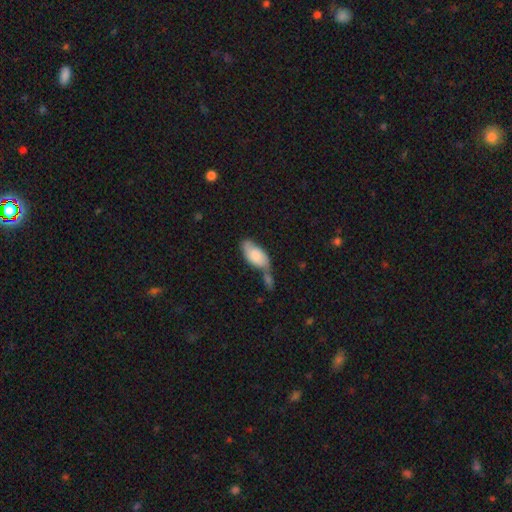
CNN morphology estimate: type=smooth (72%); roundness=in between (92%); merging=merger (40%).